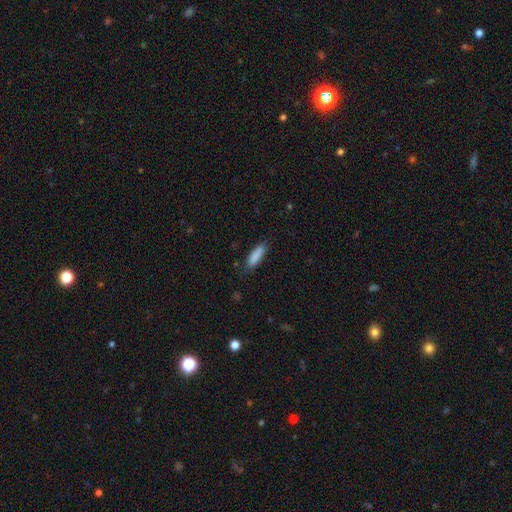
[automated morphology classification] Q: Smooth or featured?
A: smooth (87%); runner-up: star or artifact (7%)
Q: How rounded?
A: cigar-shaped (61%); runner-up: in between (37%)
Q: Merging?
A: none (79%); runner-up: minor disturbance (17%)